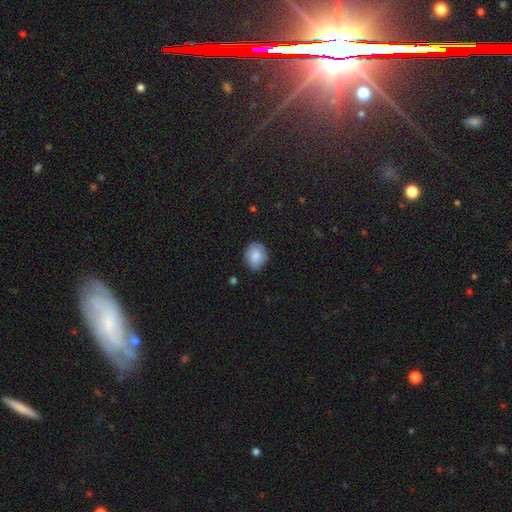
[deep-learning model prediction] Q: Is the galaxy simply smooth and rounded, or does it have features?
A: smooth — 83%.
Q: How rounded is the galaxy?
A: round — 62%.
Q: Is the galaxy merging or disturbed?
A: none — 82%.